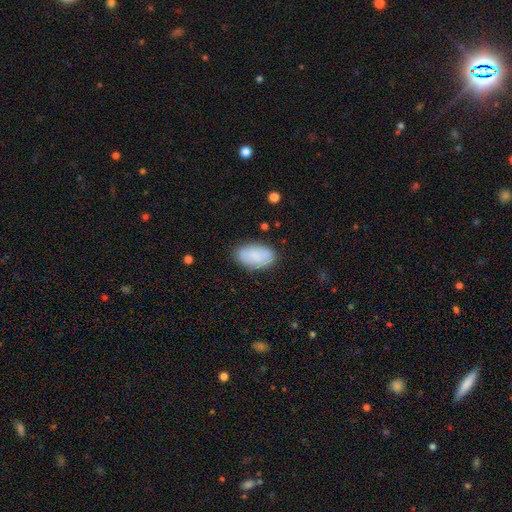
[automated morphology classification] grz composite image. It shows a smooth galaxy with no disk features (80%) that is in between round and cigar-shaped (93%). Merging: none (79%).